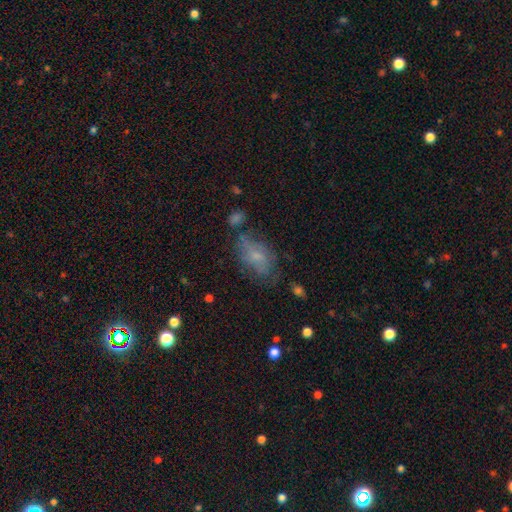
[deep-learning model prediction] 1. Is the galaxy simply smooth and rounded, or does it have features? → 55% smooth, 33% featured or disk, 13% star or artifact.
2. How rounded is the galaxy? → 87% in between, 9% round, 4% cigar-shaped.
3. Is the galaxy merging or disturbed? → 52% none, 27% minor disturbance, 16% major disturbance, 6% merger.